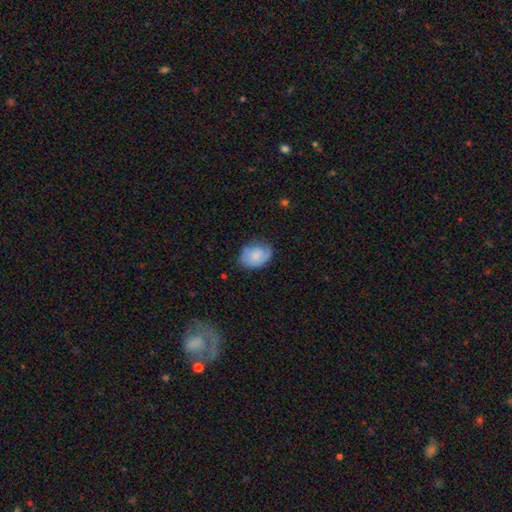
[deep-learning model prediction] smooth_or_featured: smooth (p=0.64) [alt: featured or disk p=0.28]
how_rounded: in between (p=0.76) [alt: round p=0.23]
merging: none (p=0.65) [alt: minor disturbance p=0.26]